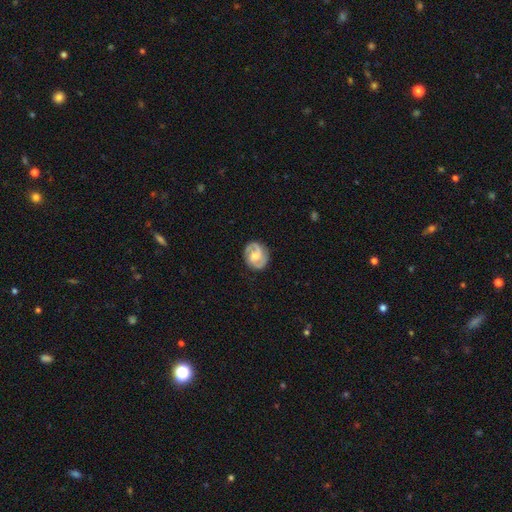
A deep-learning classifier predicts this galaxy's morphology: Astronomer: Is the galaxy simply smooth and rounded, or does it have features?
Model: featured or disk — 80%.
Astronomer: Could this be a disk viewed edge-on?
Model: no — 98%.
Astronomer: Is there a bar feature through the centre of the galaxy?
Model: weak — 46% (runner-up: no, 42%).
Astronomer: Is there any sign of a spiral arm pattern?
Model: yes — 95%.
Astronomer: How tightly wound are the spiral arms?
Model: medium — 49% (runner-up: tight, 36%).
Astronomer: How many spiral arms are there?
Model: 2 — 87%.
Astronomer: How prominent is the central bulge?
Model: moderate — 58%.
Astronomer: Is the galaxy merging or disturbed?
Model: none — 82%.